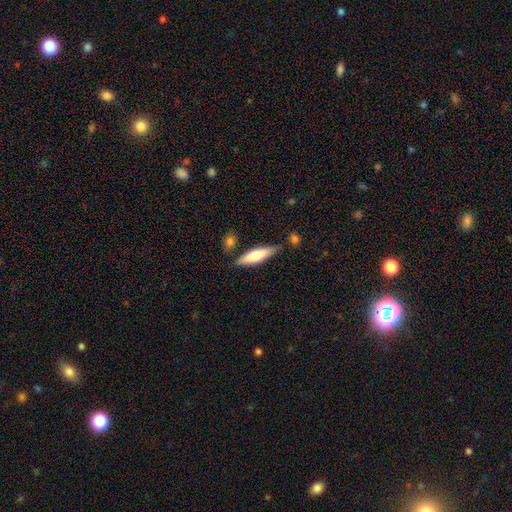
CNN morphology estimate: smooth 67%, featured or disk 27%, star or artifact 5%. Down the decision tree: how rounded — cigar-shaped (68%); merging — none (78%).